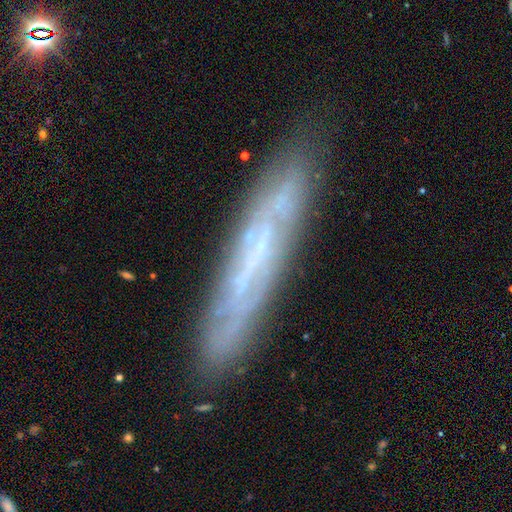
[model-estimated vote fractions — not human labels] featured or disk 66%, smooth 25%, star or artifact 9%. Down the decision tree: edge-on disk — yes (58%); merging — none (81%).